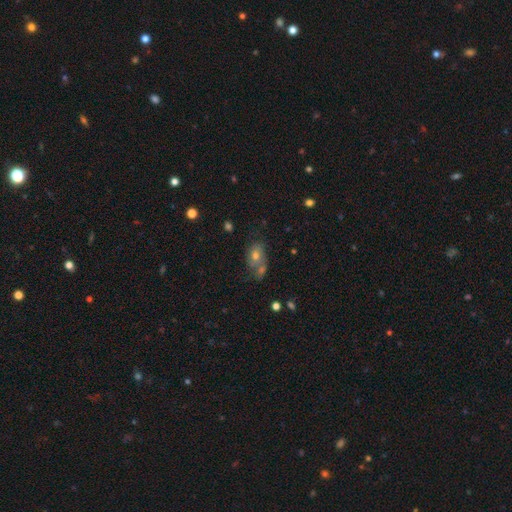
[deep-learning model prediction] The model was most divided on "merging": none: 43%, merger: 32%, minor disturbance: 16%, major disturbance: 9%. More confident: how rounded — in between (70%); smooth or featured — smooth (58%).